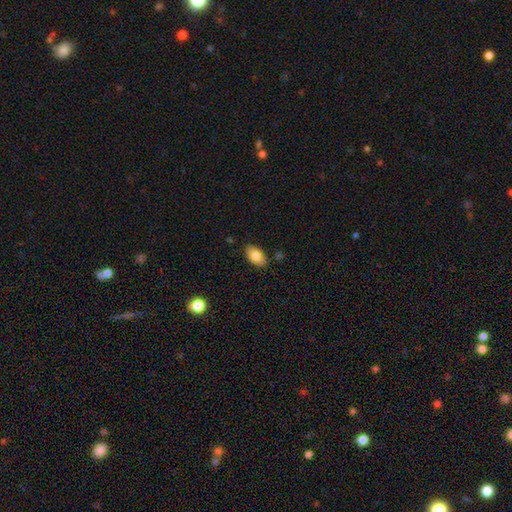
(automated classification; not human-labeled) Smooth or featured? smooth (82%)
How rounded? in between (93%)
Merging? none (84%)